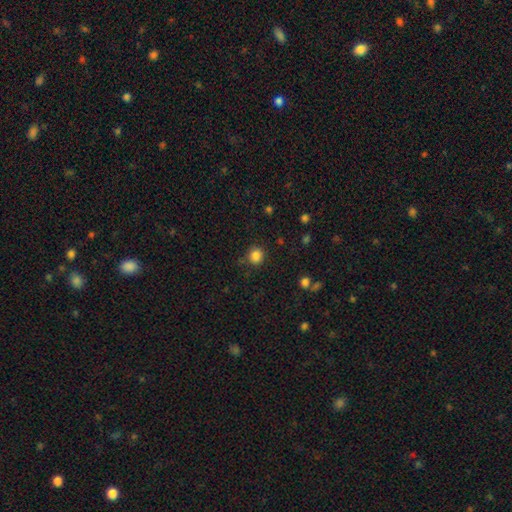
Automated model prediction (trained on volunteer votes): Smooth or featured? Predicted: smooth (p=0.84). How rounded? Predicted: round (p=0.88). Merging? Predicted: none (p=0.84).